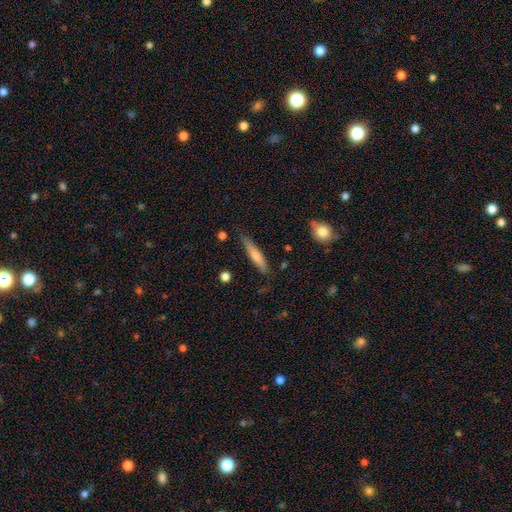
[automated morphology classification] type=smooth (56%); roundness=cigar-shaped (90%); merging=none (79%).